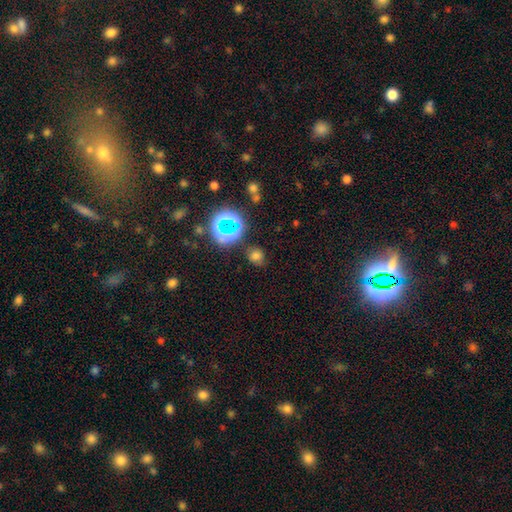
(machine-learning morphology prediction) smooth-or-featured: smooth: 67% | star or artifact: 26% | featured or disk: 7%
  how-rounded: round: 78% | in between: 21% | cigar-shaped: 1%
  merging: none: 79% | minor disturbance: 13% | major disturbance: 5% | merger: 3%